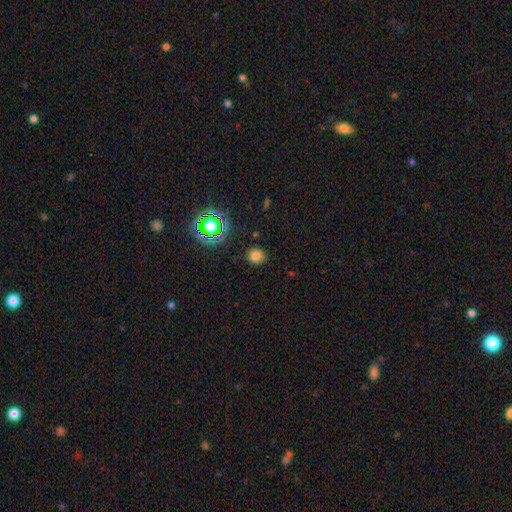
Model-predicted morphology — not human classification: smooth_or_featured: smooth (p=0.74) [alt: star or artifact p=0.21]
how_rounded: round (p=0.69) [alt: in between p=0.30]
merging: none (p=0.84) [alt: minor disturbance p=0.11]